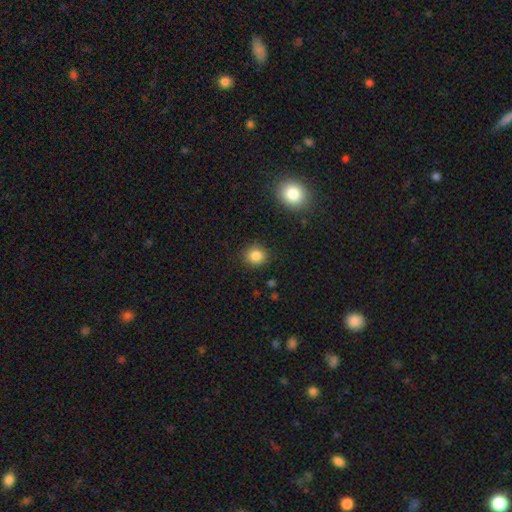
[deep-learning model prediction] The model was most divided on "how rounded": round: 84%, in between: 15%, cigar-shaped: 1%. More confident: merging — none (86%); smooth or featured — smooth (85%).